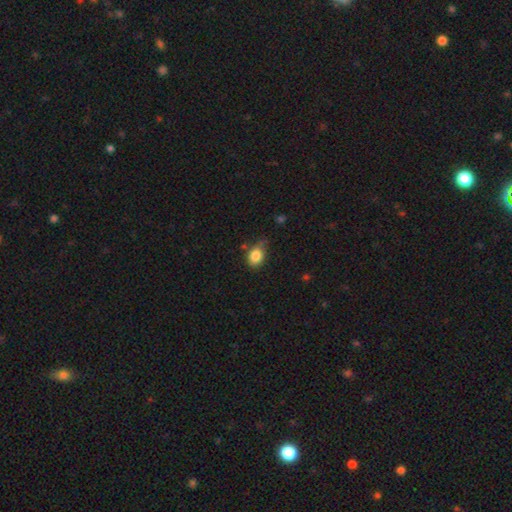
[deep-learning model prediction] This is clearly a smooth galaxy (84%). How rounded: possibly in between (57%). Merging: possibly none (60%).